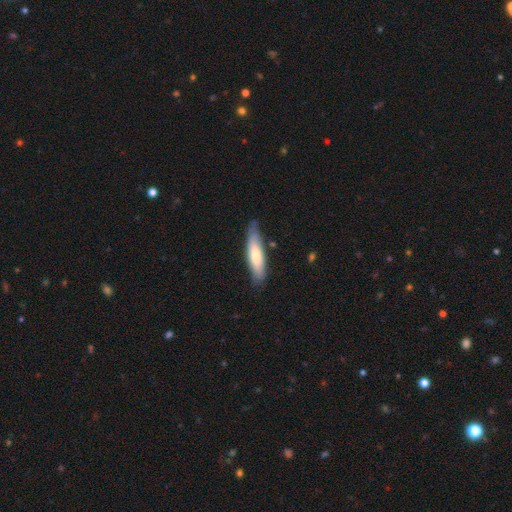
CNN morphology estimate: This appears to be a smooth galaxy with no disk features (68%) that is cigar-shaped (65%). Merging: none (70%).